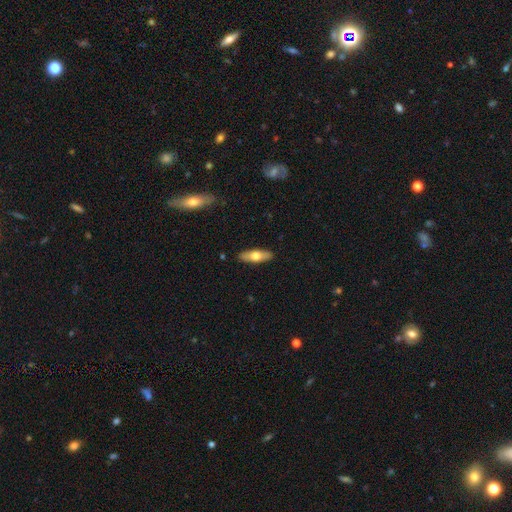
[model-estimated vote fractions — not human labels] Morphology: type=smooth (60%); roundness=in between (53%); merging=none (89%).